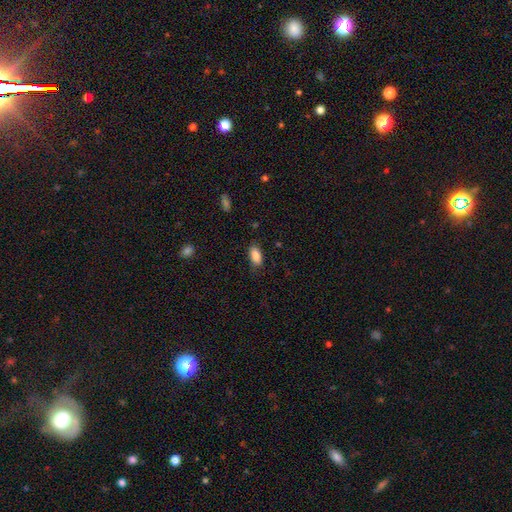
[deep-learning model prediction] smooth 87%, star or artifact 8%, featured or disk 5%. Down the decision tree: how rounded — in between (89%); merging — none (82%).